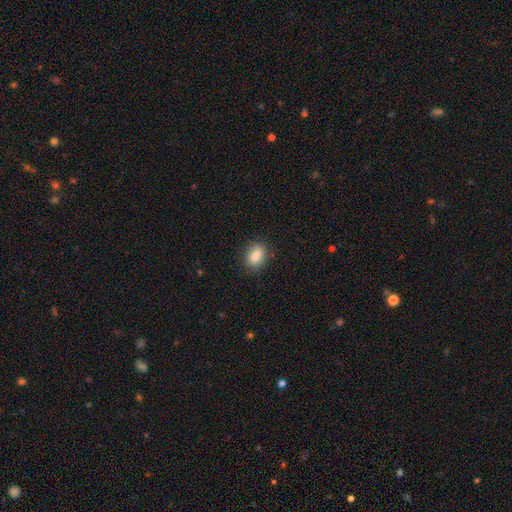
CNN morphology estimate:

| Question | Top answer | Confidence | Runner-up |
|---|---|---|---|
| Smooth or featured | smooth | 86% | star or artifact (9%) |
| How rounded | in between | 70% | round (29%) |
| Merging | none | 83% | minor disturbance (12%) |